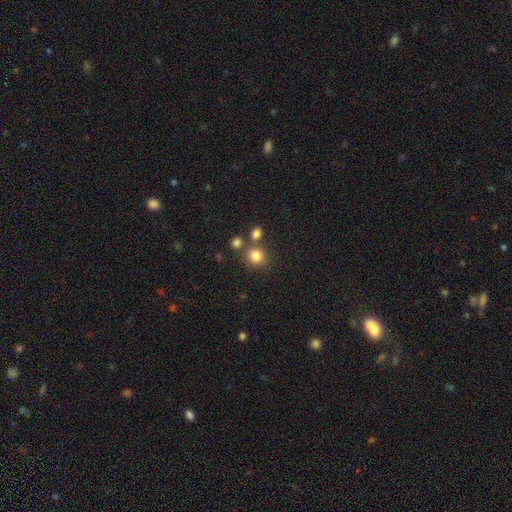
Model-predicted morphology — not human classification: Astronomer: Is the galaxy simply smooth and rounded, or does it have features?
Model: smooth — 81%.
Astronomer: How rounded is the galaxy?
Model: round — 80%.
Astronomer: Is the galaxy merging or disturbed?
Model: none — 67%.